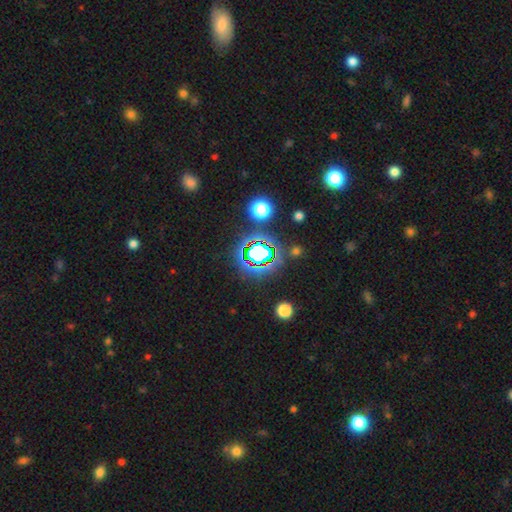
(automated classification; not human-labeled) Smooth or featured?
  - star or artifact: 65% *
  - smooth: 22%
  - featured or disk: 12%